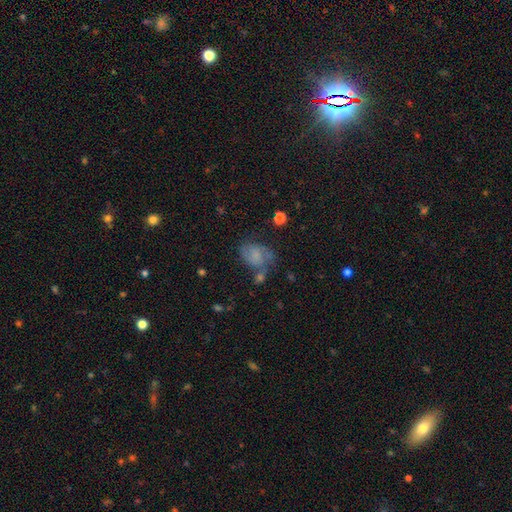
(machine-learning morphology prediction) This appears to be a smooth galaxy with no disk features (52%) that is in between round and cigar-shaped (68%). Merging: none (42%).